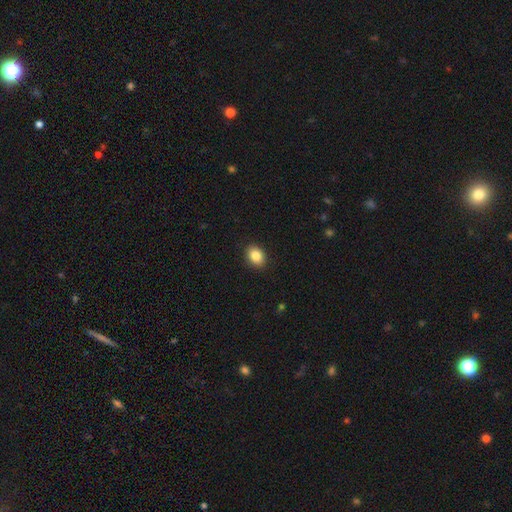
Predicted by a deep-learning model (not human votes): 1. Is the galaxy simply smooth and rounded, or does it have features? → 86% smooth, 8% star or artifact, 5% featured or disk.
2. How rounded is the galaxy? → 71% in between, 28% round, 1% cigar-shaped.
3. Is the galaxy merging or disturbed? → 90% none, 7% minor disturbance, 2% major disturbance, 1% merger.